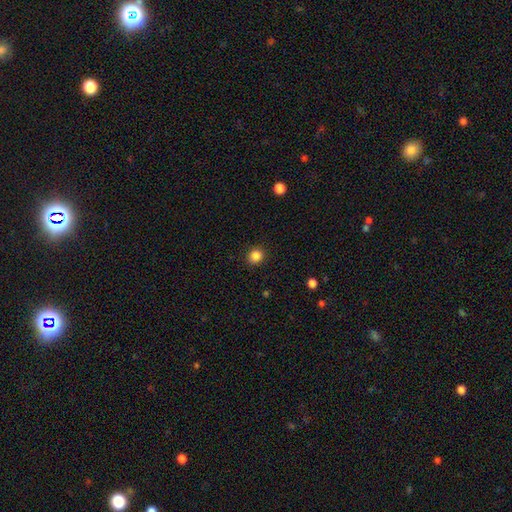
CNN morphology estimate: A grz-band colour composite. It shows a smooth galaxy with no disk features (85%) that is round (82%). Merging: none (90%).